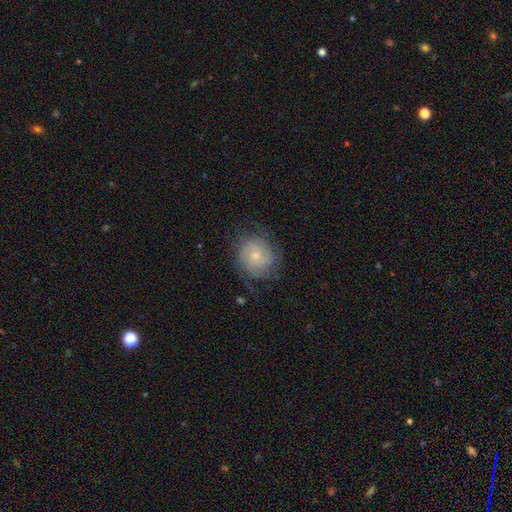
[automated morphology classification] A featured or disk galaxy (47%).

Vote fractions:
- Smooth or featured? featured or disk: 47% / smooth: 44% / star or artifact: 9%
- Merging? none: 70% / minor disturbance: 20% / major disturbance: 9% / merger: 1%